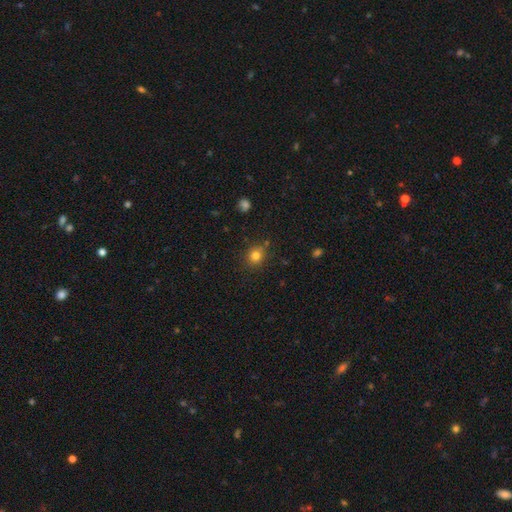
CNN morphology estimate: Smooth or featured: smooth — 80% (star or artifact — 13%)
How rounded: round — 78% (in between — 21%)
Merging: none — 81% (minor disturbance — 12%)